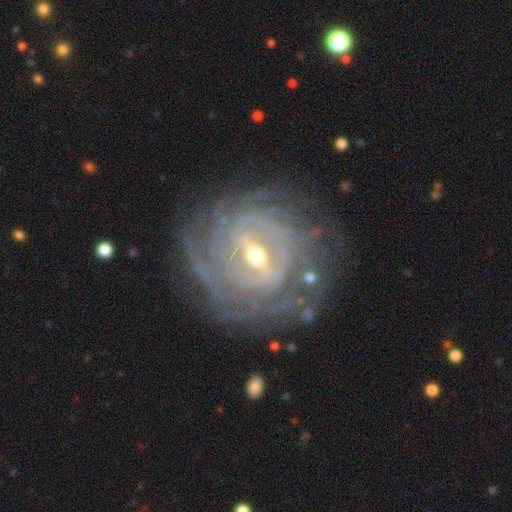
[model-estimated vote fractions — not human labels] Smooth or featured: featured or disk — 91% (star or artifact — 5%)
Edge-on disk: no — 95% (yes — 5%)
Bar: strong — 59% (weak — 33%)
Spiral arms: yes — 96% (no — 4%)
Spiral winding: tight — 84% (medium — 13%)
Spiral arm count: can't tell — 29% (4 — 23%)
Bulge size: moderate — 53% (small — 42%)
Merging: none — 79% (minor disturbance — 13%)